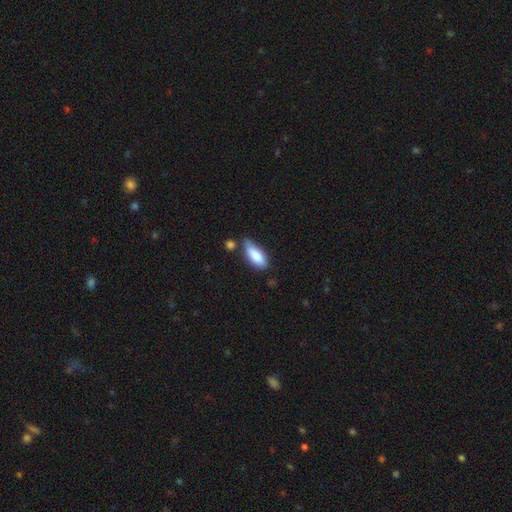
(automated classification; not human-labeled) smooth-or-featured: smooth: 83% | featured or disk: 11% | star or artifact: 6%
  how-rounded: in between: 77% | cigar-shaped: 21% | round: 2%
  merging: none: 55% | minor disturbance: 29% | merger: 10% | major disturbance: 6%